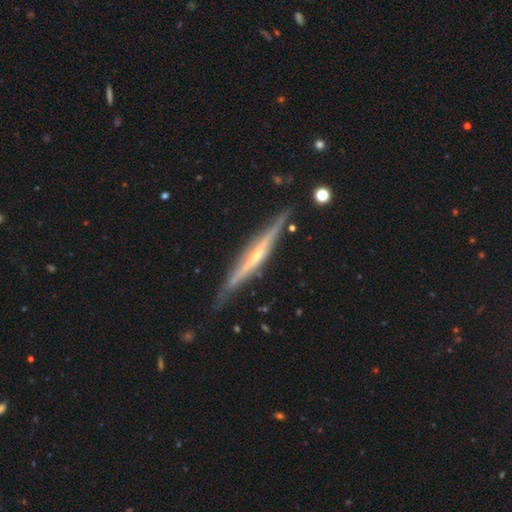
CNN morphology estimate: type=featured or disk (82%); edge-on=yes (97%); edge-on bulge=rounded (66%); merging=none (83%).